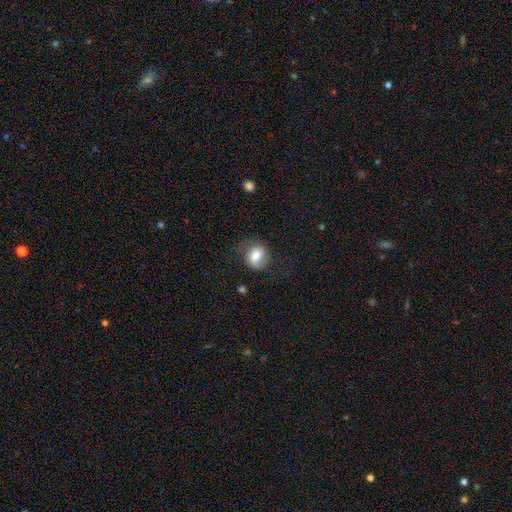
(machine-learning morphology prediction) Smooth or featured?
  - smooth: 75% *
  - featured or disk: 17%
  - star or artifact: 8%
How rounded?
  - round: 53% *
  - in between: 46%
  - cigar-shaped: 1%
Merging?
  - none: 64% *
  - minor disturbance: 22%
  - major disturbance: 13%
  - merger: 2%